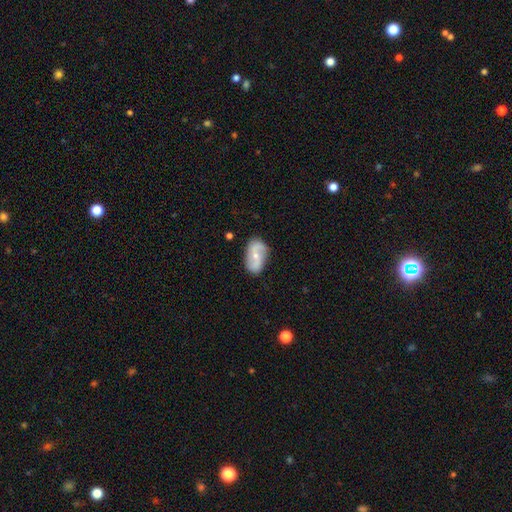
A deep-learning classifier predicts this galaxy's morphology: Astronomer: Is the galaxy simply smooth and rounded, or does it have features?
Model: featured or disk — 66%.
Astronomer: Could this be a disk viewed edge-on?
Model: no — 95%.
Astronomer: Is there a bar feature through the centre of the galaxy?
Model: no — 52% (runner-up: weak, 34%).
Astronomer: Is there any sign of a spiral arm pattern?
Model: yes — 88%.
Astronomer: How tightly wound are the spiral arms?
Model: loose — 55% (runner-up: medium, 31%).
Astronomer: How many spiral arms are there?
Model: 2 — 88%.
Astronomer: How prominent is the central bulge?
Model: small — 52% (runner-up: moderate, 44%).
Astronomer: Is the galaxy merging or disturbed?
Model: none — 76%.